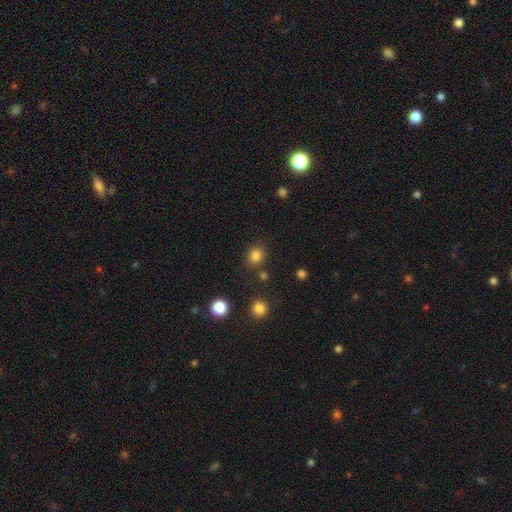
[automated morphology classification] Q: Smooth or featured?
A: smooth (83%); runner-up: star or artifact (13%)
Q: How rounded?
A: round (83%); runner-up: in between (16%)
Q: Merging?
A: none (84%); runner-up: minor disturbance (8%)